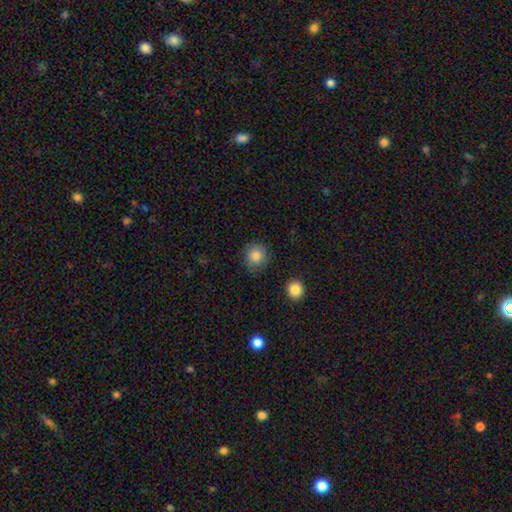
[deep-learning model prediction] Q: Smooth or featured?
A: smooth (84%); runner-up: star or artifact (9%)
Q: How rounded?
A: round (87%); runner-up: in between (12%)
Q: Merging?
A: none (82%); runner-up: minor disturbance (12%)